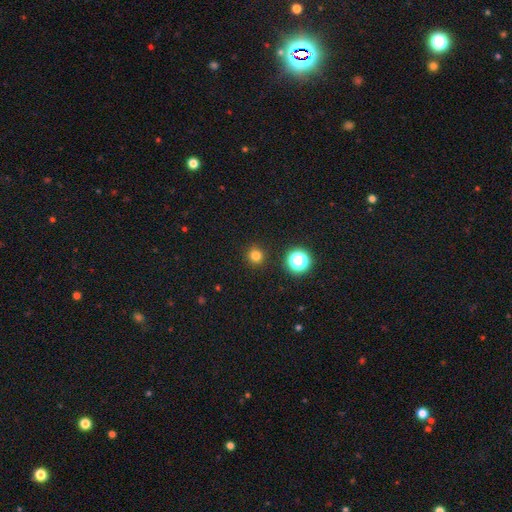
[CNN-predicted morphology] smooth 78%, star or artifact 17%, featured or disk 5%. Down the decision tree: how rounded — round (95%); merging — none (92%).